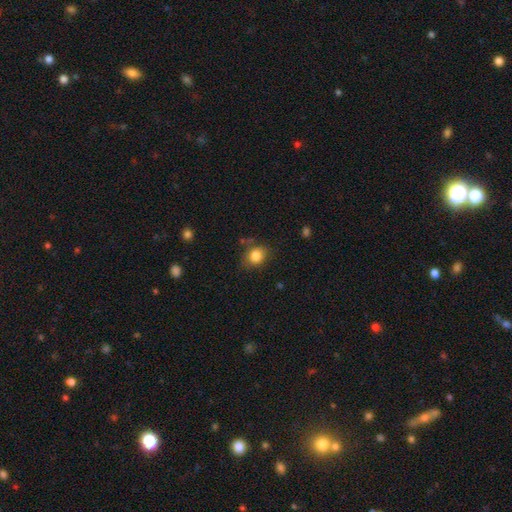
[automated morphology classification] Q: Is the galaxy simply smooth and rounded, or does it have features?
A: smooth — 83%.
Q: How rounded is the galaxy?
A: round — 53%.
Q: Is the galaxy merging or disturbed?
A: none — 72%.